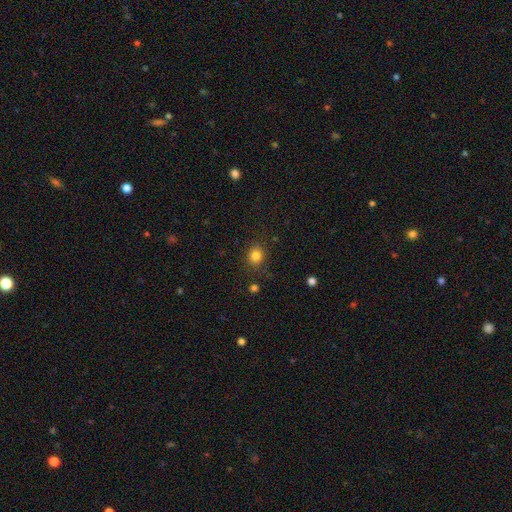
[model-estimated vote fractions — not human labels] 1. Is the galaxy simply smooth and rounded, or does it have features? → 82% smooth, 12% star or artifact, 6% featured or disk.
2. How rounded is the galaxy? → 74% round, 25% in between, 1% cigar-shaped.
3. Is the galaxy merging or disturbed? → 84% none, 11% minor disturbance, 3% major disturbance, 2% merger.